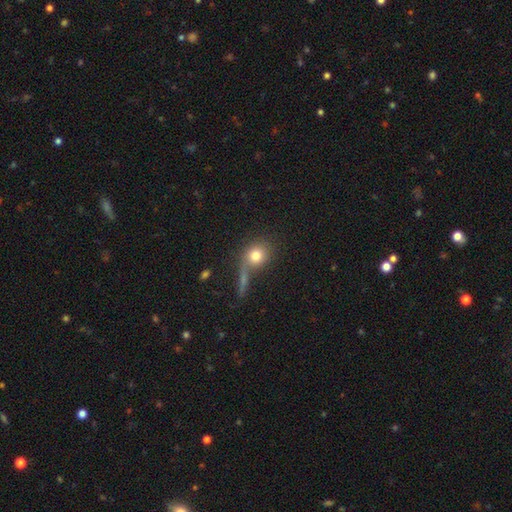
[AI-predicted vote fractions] The model was most divided on "merging": none: 54%, merger: 22%, minor disturbance: 13%, major disturbance: 11%. More confident: smooth or featured — smooth (78%); how rounded — round (73%).